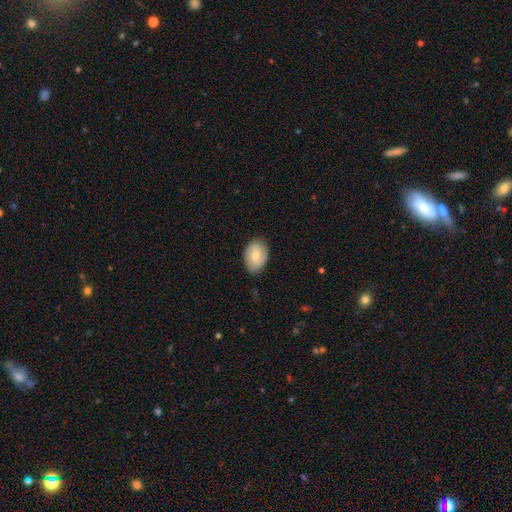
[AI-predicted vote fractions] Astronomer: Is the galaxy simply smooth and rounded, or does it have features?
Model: smooth — 73%.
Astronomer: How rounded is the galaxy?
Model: in between — 83%.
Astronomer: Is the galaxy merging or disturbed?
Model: none — 81%.